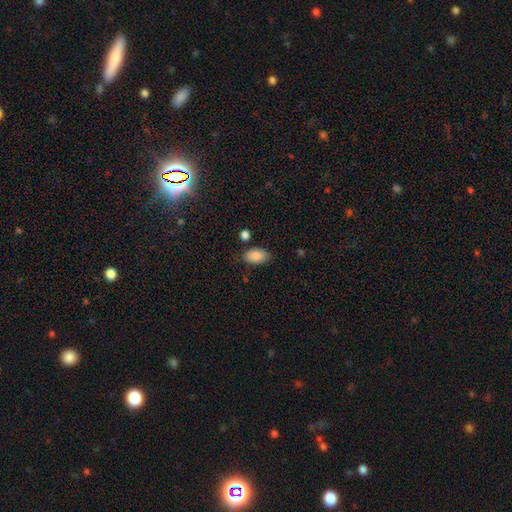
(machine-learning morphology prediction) This appears to be a smooth galaxy with no disk features (87%) that is in between round and cigar-shaped (94%). Merging: none (79%).